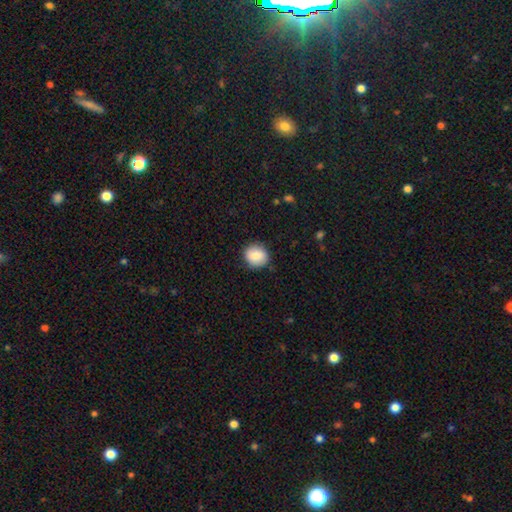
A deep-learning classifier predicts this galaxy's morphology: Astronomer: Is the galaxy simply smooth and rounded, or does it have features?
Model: smooth — 84%.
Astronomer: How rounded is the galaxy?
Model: round — 85%.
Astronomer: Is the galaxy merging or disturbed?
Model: none — 87%.